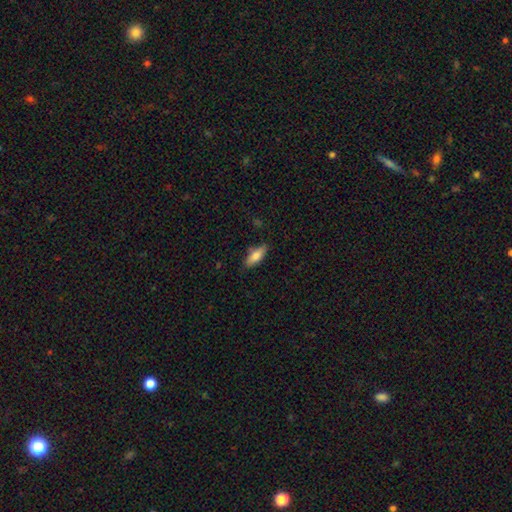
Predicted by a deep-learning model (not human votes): Smooth or featured? smooth (79%)
How rounded? in between (69%)
Merging? none (80%)